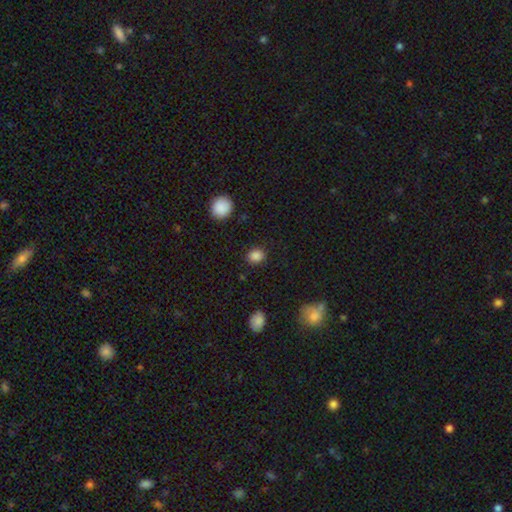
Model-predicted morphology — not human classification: type=smooth (86%); roundness=round (63%); merging=none (87%).